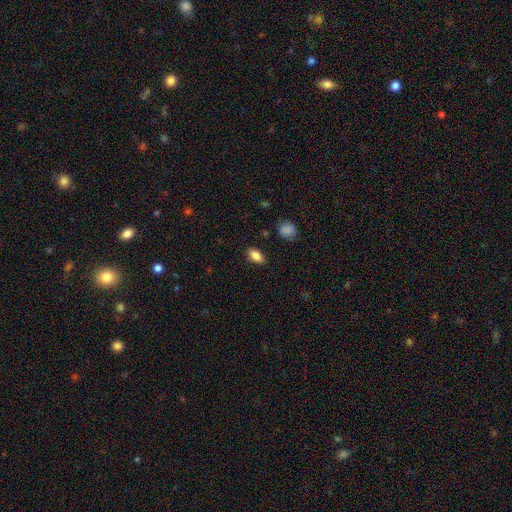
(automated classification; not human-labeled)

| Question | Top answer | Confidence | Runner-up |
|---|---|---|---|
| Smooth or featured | smooth | 86% | star or artifact (8%) |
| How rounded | in between | 89% | round (7%) |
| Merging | none | 87% | minor disturbance (9%) |